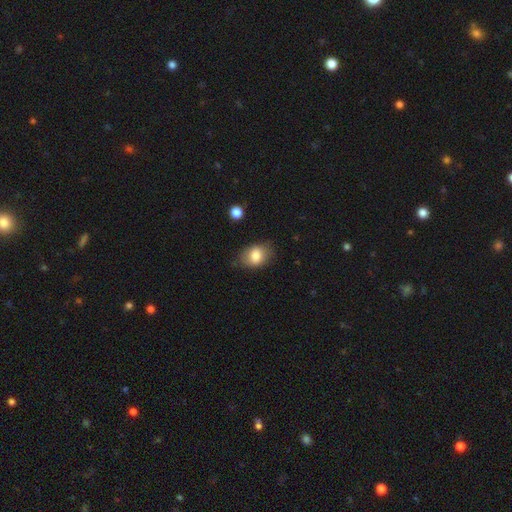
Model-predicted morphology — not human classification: Smooth or featured? Predicted: smooth (p=0.80). How rounded? Predicted: in between (p=0.73). Merging? Predicted: none (p=0.73).